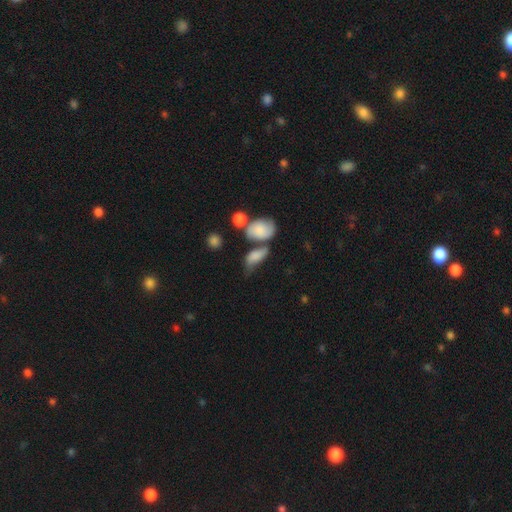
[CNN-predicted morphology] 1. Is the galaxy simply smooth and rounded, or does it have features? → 72% smooth, 19% featured or disk, 9% star or artifact.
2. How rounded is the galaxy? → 83% in between, 12% round, 6% cigar-shaped.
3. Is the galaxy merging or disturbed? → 34% merger, 31% none, 21% minor disturbance, 14% major disturbance.